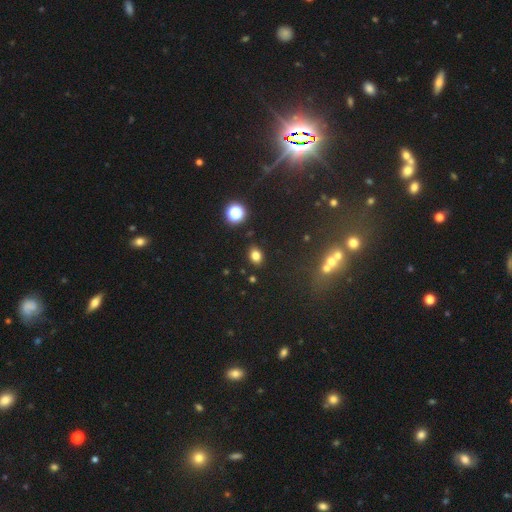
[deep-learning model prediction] Morphology: type=smooth (79%); roundness=in between (68%); merging=none (86%).